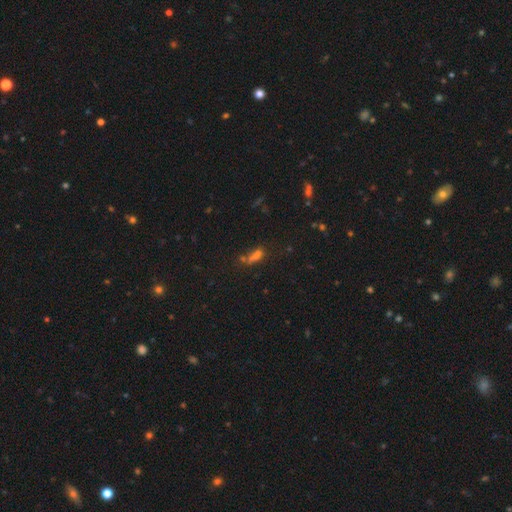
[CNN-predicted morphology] Smooth or featured? Predicted: smooth (p=0.57). How rounded? Predicted: in between (p=0.61). Merging? Predicted: none (p=0.37).